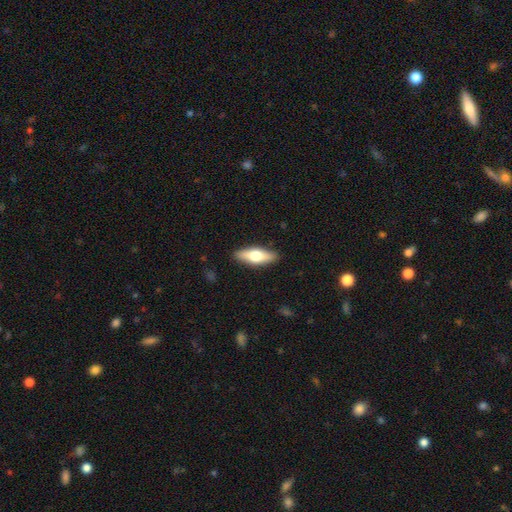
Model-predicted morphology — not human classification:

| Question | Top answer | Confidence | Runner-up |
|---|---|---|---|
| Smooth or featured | smooth | 57% | featured or disk (38%) |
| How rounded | in between | 59% | cigar-shaped (38%) |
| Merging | none | 89% | minor disturbance (8%) |